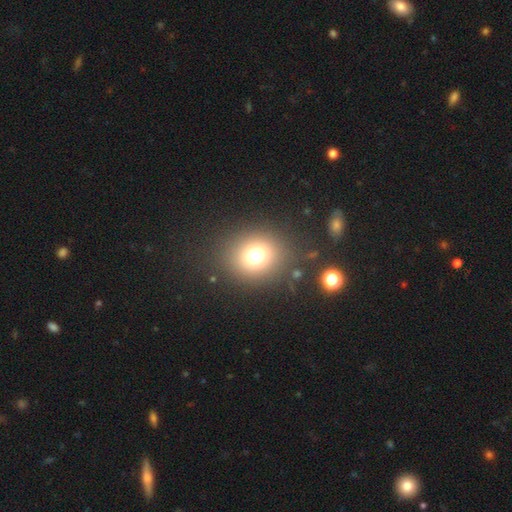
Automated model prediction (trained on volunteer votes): Smooth or featured?
  - smooth: 72% *
  - star or artifact: 19%
  - featured or disk: 9%
How rounded?
  - round: 81% *
  - in between: 18%
  - cigar-shaped: 1%
Merging?
  - none: 84% *
  - minor disturbance: 8%
  - major disturbance: 5%
  - merger: 3%